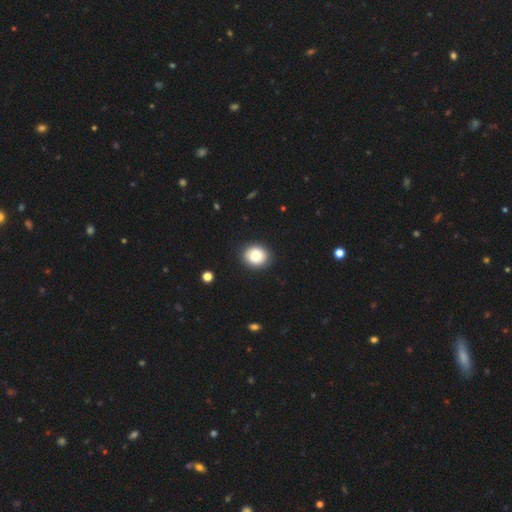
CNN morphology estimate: Smooth or featured: smooth — 83% (featured or disk — 9%)
How rounded: round — 70% (in between — 29%)
Merging: none — 89% (minor disturbance — 8%)